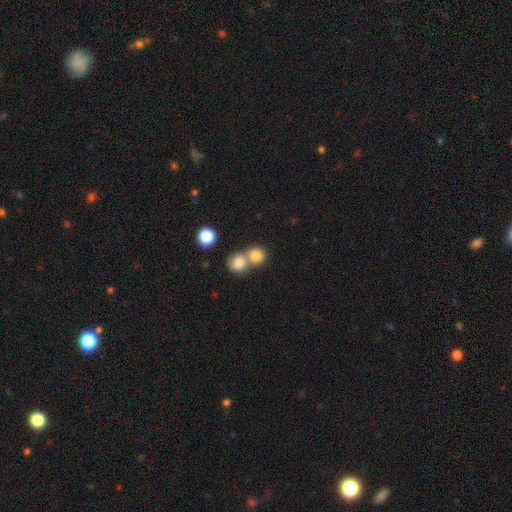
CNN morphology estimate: This appears to be a smooth galaxy with no disk features (82%) that is round (83%). Merging: merger (56%).